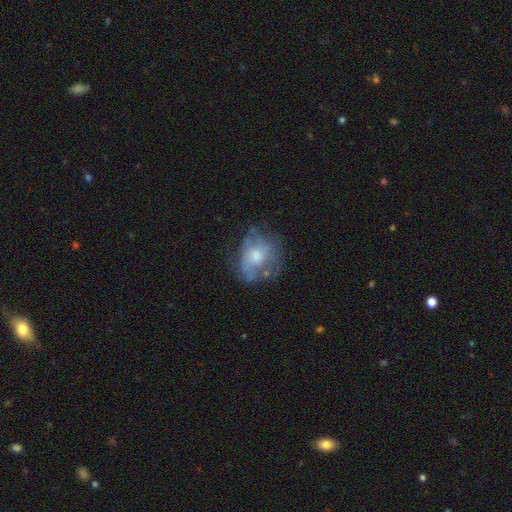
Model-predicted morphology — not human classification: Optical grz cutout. It shows a featured or disk galaxy (49%). Merging: none (52%).